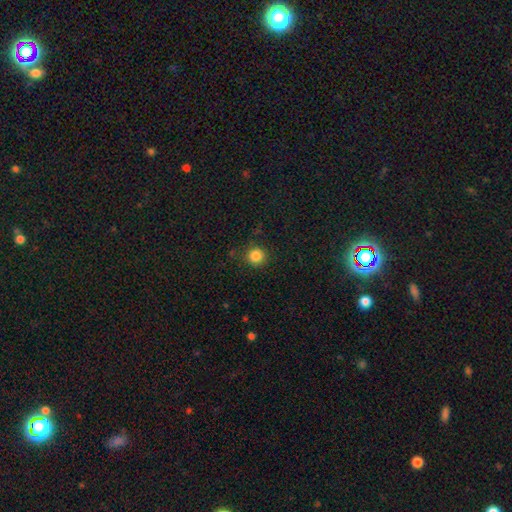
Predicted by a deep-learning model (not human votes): A smooth galaxy with no disk features (85%) that is round (93%). Merging: none (88%).